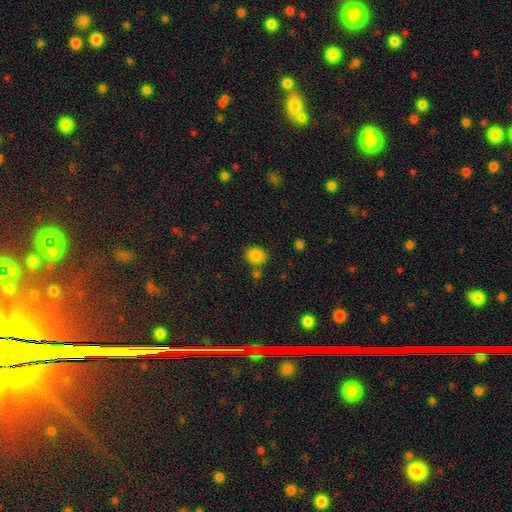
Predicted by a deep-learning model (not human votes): smooth-or-featured: smooth: 86% | star or artifact: 10% | featured or disk: 4%
  how-rounded: round: 65% | in between: 34% | cigar-shaped: 1%
  merging: none: 76% | minor disturbance: 11% | merger: 9% | major disturbance: 4%